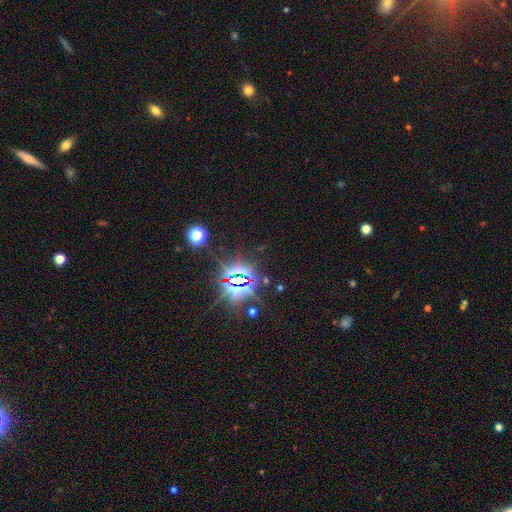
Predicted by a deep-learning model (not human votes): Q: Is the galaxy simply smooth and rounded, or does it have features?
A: star or artifact — 82%.